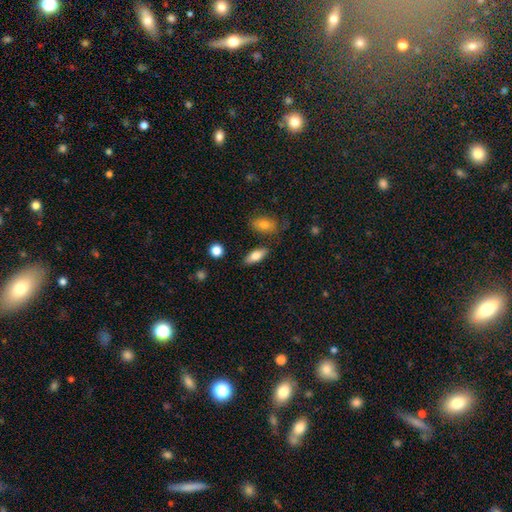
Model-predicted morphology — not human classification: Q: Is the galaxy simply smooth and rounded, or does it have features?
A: smooth — 77%.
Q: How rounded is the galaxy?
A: in between — 78%.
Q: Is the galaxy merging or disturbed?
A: none — 82%.